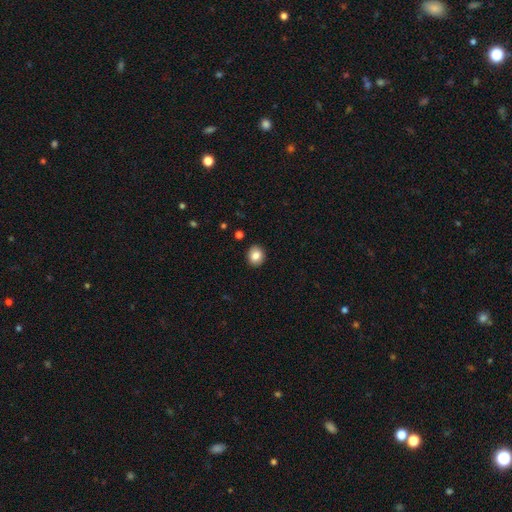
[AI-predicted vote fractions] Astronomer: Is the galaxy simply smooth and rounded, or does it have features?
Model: smooth — 84%.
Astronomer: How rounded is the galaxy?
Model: round — 73%.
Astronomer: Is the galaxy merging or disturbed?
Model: none — 90%.